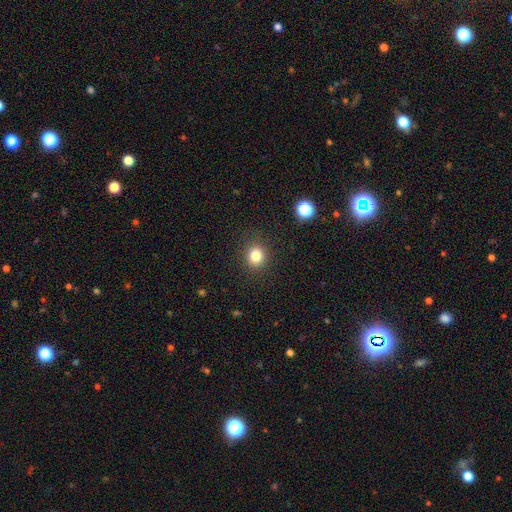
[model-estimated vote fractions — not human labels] Smooth or featured? smooth (81%)
How rounded? round (78%)
Merging? none (89%)